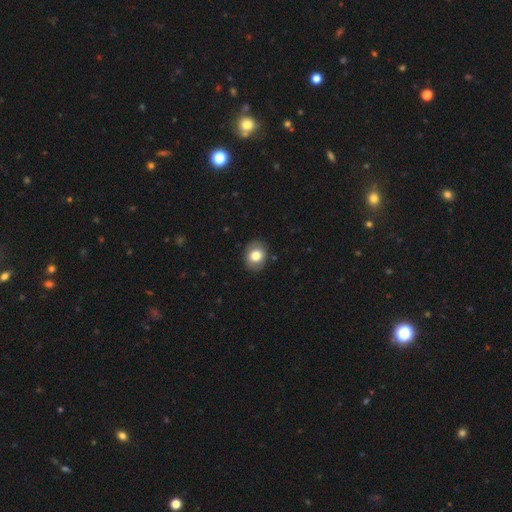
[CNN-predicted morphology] Smooth or featured? smooth (76%)
How rounded? round (54%)
Merging? none (87%)